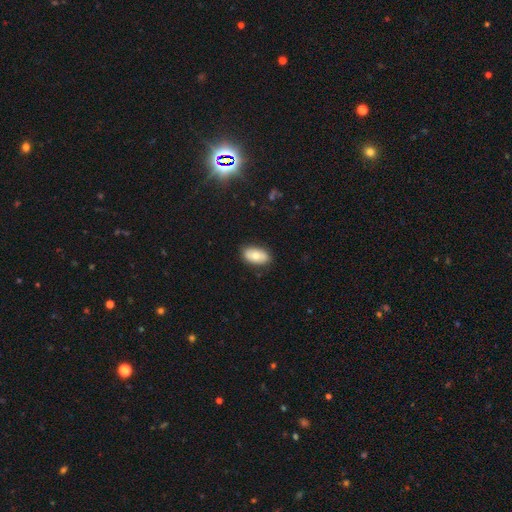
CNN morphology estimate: This appears to be a smooth galaxy with no disk features (74%) that is in between round and cigar-shaped (93%). Merging: none (84%).